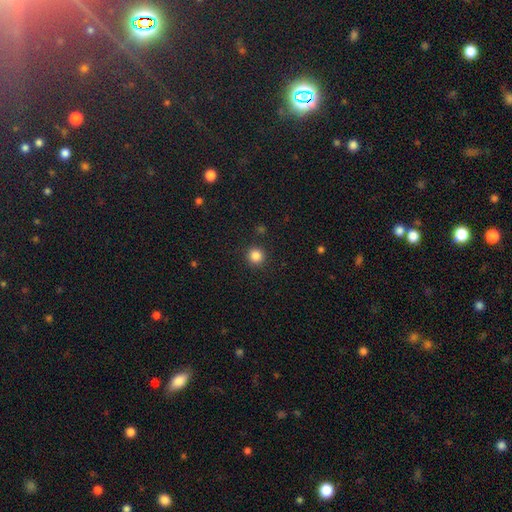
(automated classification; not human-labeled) smooth 84%, star or artifact 12%, featured or disk 4%. Down the decision tree: how rounded — round (94%); merging — none (92%).